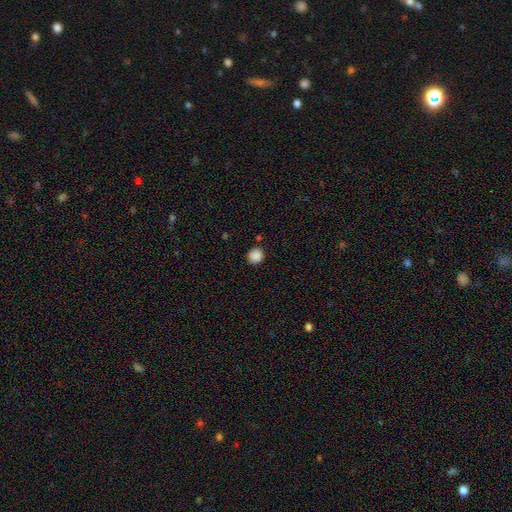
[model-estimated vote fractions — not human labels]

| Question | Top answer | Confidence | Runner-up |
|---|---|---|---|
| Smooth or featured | smooth | 88% | star or artifact (10%) |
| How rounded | round | 90% | in between (9%) |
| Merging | none | 86% | minor disturbance (8%) |